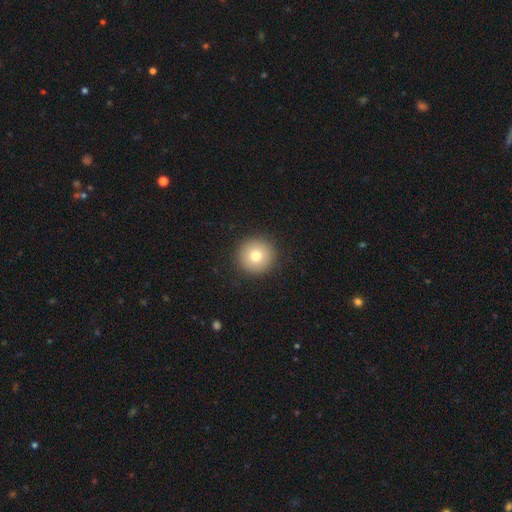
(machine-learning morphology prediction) Overall: smooth (77%). How rounded: round (96%). Merging: none (92%).